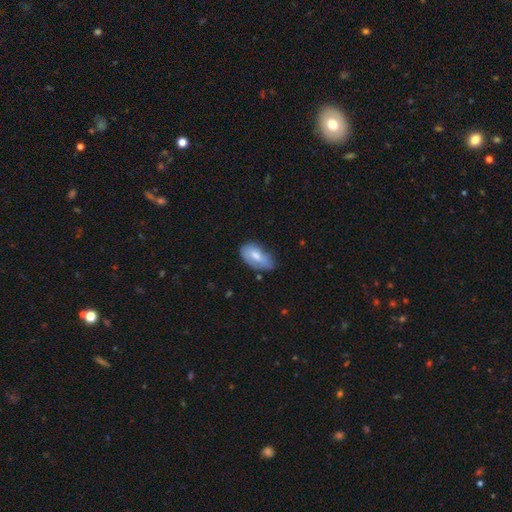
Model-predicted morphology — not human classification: Smooth or featured? Predicted: smooth (p=0.70). How rounded? Predicted: in between (p=0.92). Merging? Predicted: none (p=0.50).